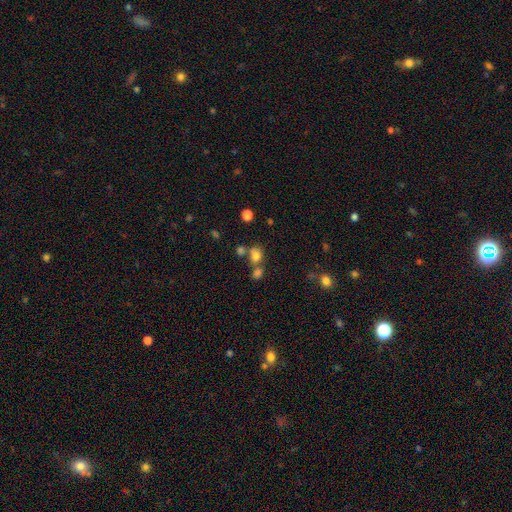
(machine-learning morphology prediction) Q: Smooth or featured?
A: smooth (74%); runner-up: star or artifact (16%)
Q: How rounded?
A: round (55%); runner-up: in between (44%)
Q: Merging?
A: none (46%); runner-up: merger (38%)